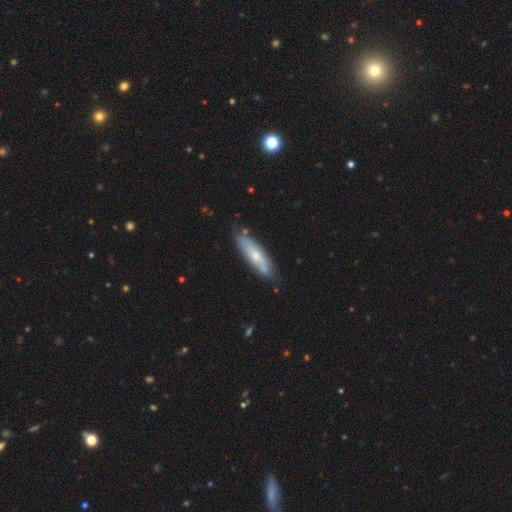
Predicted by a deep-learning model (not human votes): Smooth or featured? Predicted: smooth (p=0.48). Merging? Predicted: none (p=0.73).